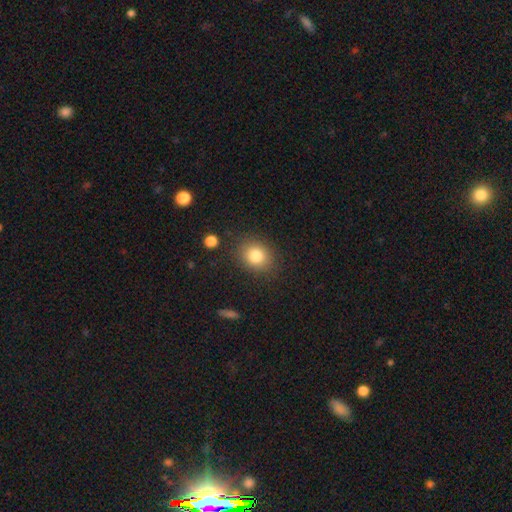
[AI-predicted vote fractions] Morphology: type=smooth (81%); roundness=round (61%); merging=none (85%).